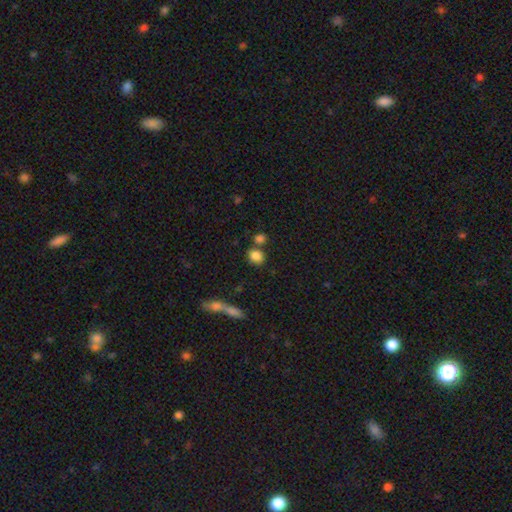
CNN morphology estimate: A smooth galaxy with no disk features (84%) that is round (71%).

Vote fractions:
- Smooth or featured? smooth: 84% / star or artifact: 10% / featured or disk: 6%
- How rounded? round: 71% / in between: 27% / cigar-shaped: 2%
- Merging? none: 65% / merger: 22% / minor disturbance: 9% / major disturbance: 4%